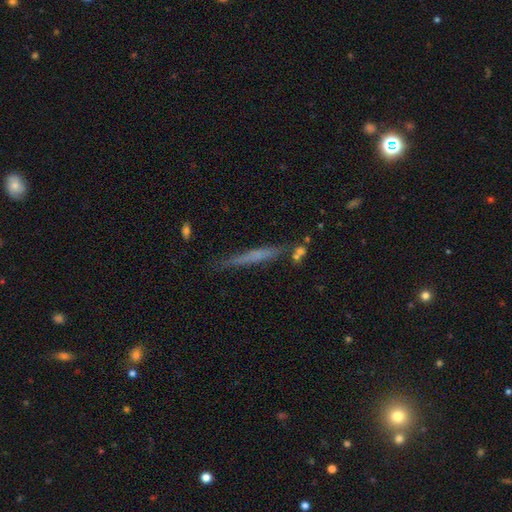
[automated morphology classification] Smooth or featured? Predicted: featured or disk (p=0.47). Merging? Predicted: none (p=0.76).